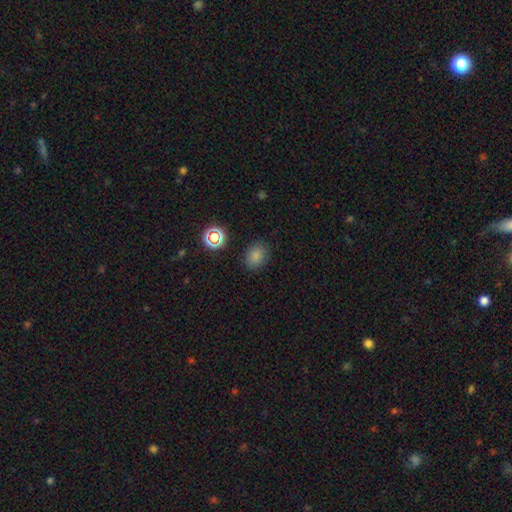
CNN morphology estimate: smooth 79%, star or artifact 15%, featured or disk 6%. Down the decision tree: how rounded — in between (59%); merging — none (84%).